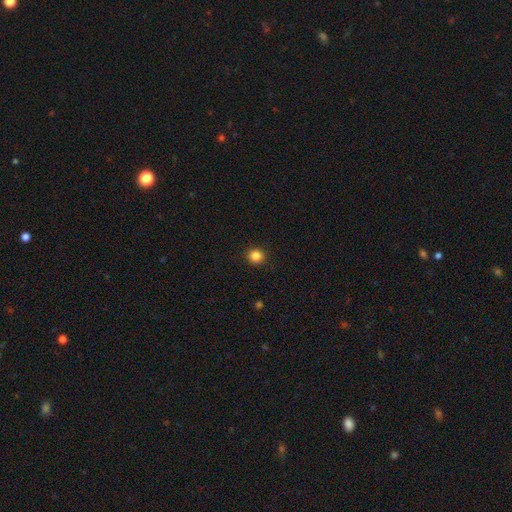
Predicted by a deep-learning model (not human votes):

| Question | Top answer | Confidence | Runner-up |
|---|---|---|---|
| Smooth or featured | smooth | 84% | star or artifact (12%) |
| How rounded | round | 92% | in between (7%) |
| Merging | none | 93% | minor disturbance (5%) |